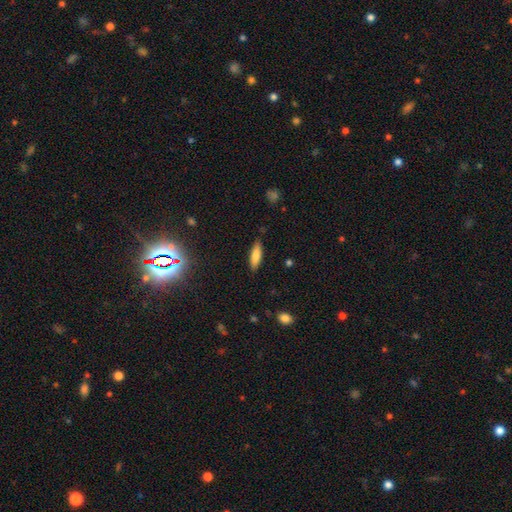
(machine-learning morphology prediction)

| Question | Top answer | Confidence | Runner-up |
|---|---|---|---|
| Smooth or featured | smooth | 81% | featured or disk (12%) |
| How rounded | cigar-shaped | 50% | in between (48%) |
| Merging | none | 85% | minor disturbance (11%) |